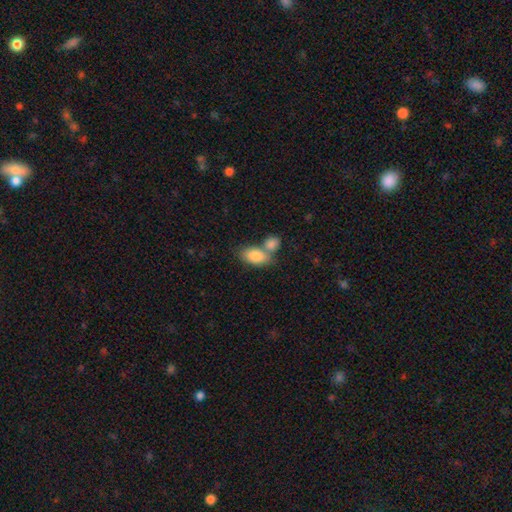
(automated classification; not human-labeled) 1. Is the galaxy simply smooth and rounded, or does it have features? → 85% smooth, 8% featured or disk, 7% star or artifact.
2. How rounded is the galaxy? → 91% in between, 7% round, 2% cigar-shaped.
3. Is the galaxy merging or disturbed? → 50% merger, 37% none, 10% minor disturbance, 4% major disturbance.